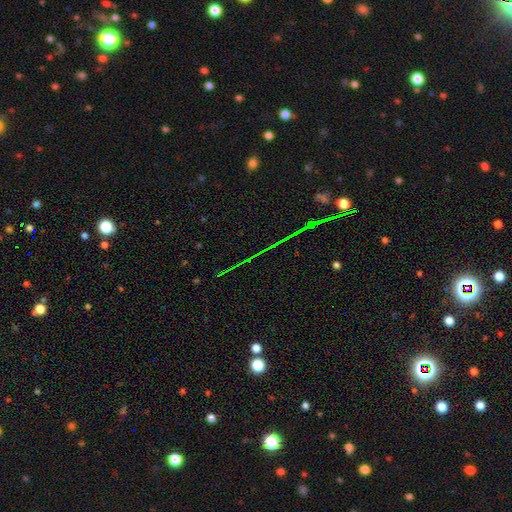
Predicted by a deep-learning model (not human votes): Smooth or featured?
  - star or artifact: 74% *
  - smooth: 14%
  - featured or disk: 12%